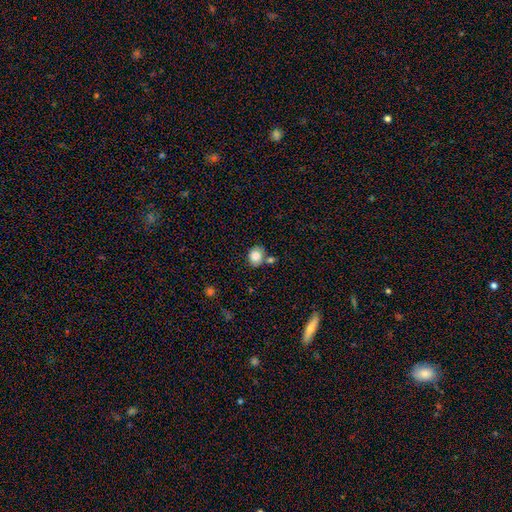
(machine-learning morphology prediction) smooth_or_featured: smooth (p=0.84) [alt: star or artifact p=0.09]
how_rounded: round (p=0.55) [alt: in between p=0.44]
merging: none (p=0.66) [alt: merger p=0.15]